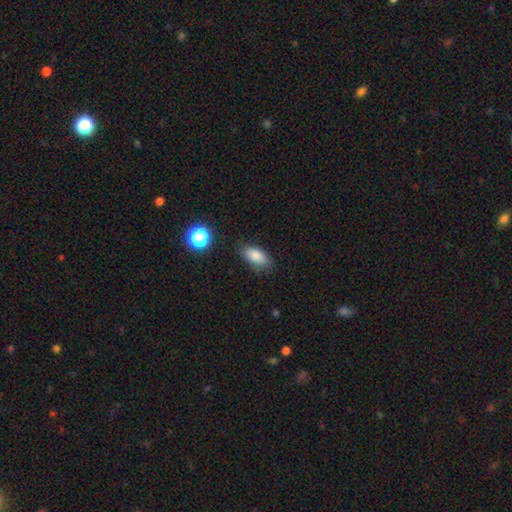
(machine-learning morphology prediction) This appears to be a smooth galaxy with no disk features (84%) that is in between round and cigar-shaped (87%). Merging: none (80%).